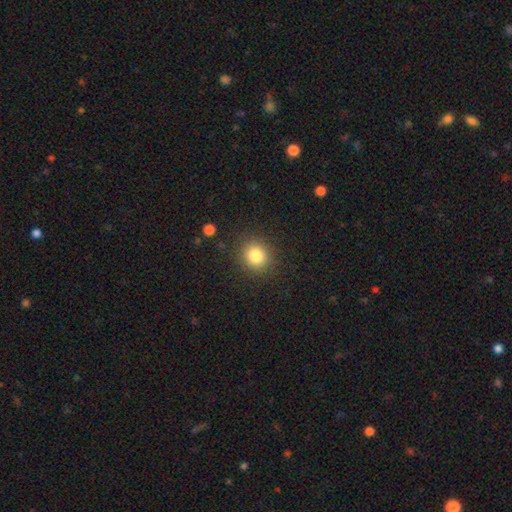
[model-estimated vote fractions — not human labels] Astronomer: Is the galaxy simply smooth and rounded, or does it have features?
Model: smooth — 82%.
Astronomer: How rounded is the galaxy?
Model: round — 86%.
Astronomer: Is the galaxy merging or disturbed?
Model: none — 89%.